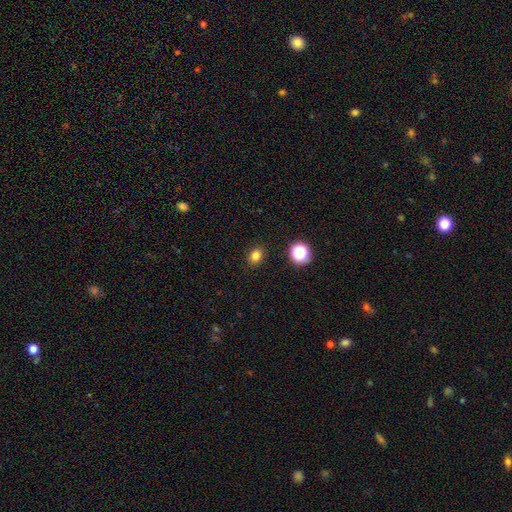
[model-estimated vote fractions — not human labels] smooth-or-featured: smooth: 80% | star or artifact: 15% | featured or disk: 5%
  how-rounded: round: 60% | in between: 39% | cigar-shaped: 1%
  merging: none: 89% | minor disturbance: 7% | major disturbance: 2% | merger: 1%